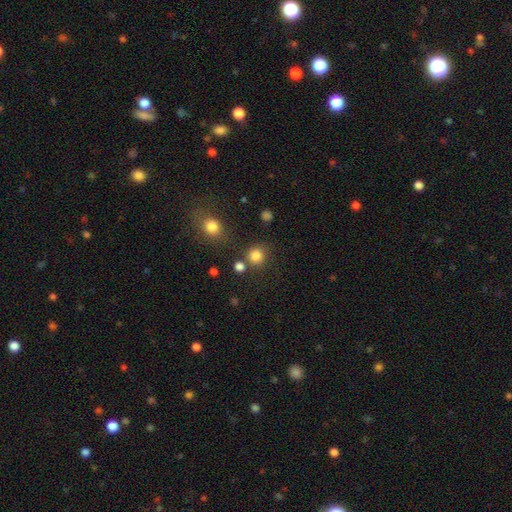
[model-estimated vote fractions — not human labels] Smooth or featured: smooth — 82% (star or artifact — 13%)
How rounded: round — 91% (in between — 8%)
Merging: none — 77% (merger — 10%)